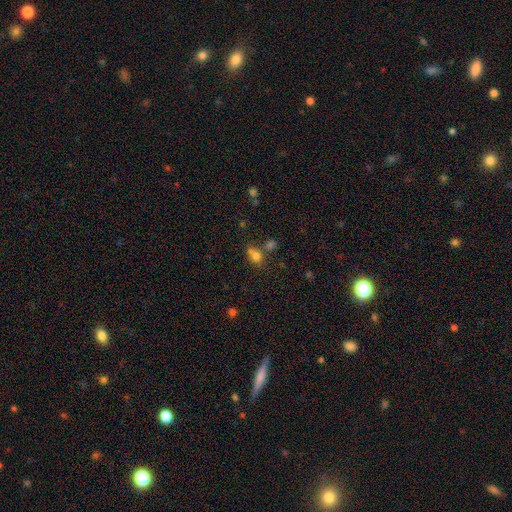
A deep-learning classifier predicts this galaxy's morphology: smooth-or-featured: smooth: 73% | star or artifact: 16% | featured or disk: 11%
  how-rounded: round: 59% | in between: 39% | cigar-shaped: 2%
  merging: merger: 41% (tied) | none: 41% (tied) | minor disturbance: 12% | major disturbance: 6%